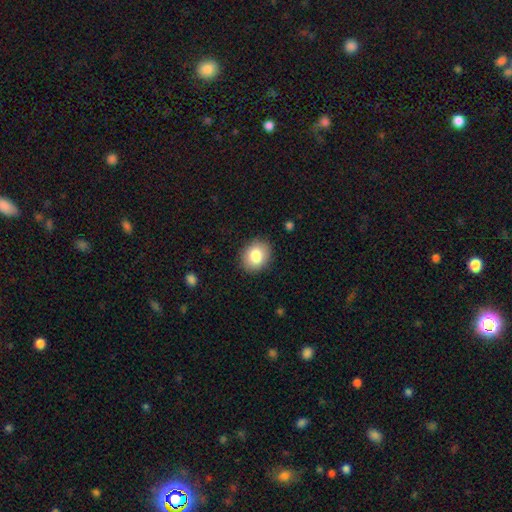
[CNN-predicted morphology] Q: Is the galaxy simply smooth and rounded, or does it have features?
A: smooth — 84%.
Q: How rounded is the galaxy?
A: round — 56%.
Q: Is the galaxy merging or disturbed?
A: none — 88%.